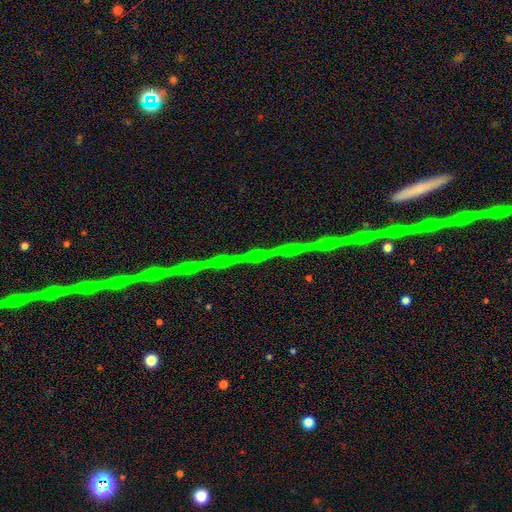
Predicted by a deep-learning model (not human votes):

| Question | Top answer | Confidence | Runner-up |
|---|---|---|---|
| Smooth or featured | star or artifact | 71% | featured or disk (21%) |